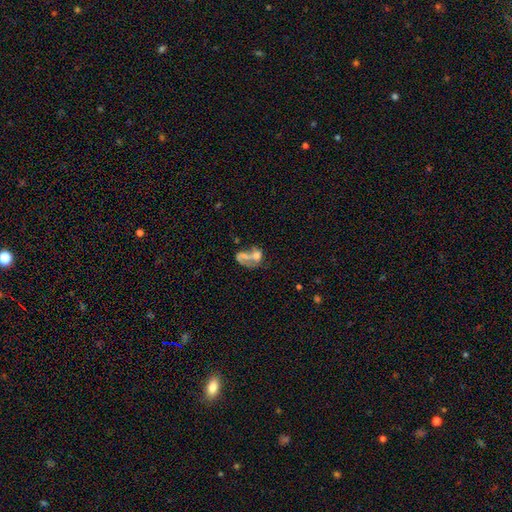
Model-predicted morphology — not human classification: The model was most divided on "smooth or featured": smooth: 45%, featured or disk: 42%, star or artifact: 13%. More confident: merging — merger (52%).